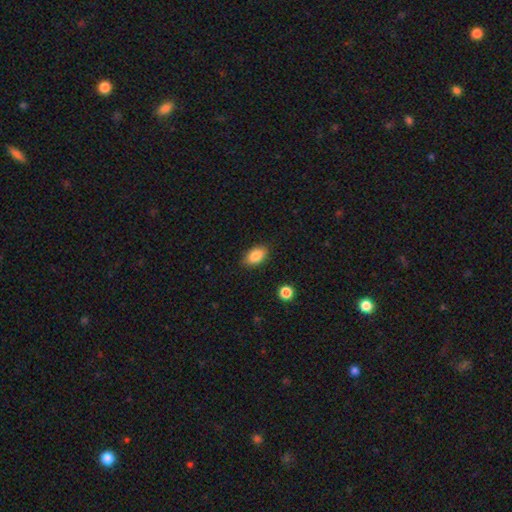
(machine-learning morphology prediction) A smooth galaxy with no disk features (86%) that is in between round and cigar-shaped (91%).

Vote fractions:
- Smooth or featured? smooth: 86% / star or artifact: 8% / featured or disk: 6%
- How rounded? in between: 91% / round: 6% / cigar-shaped: 3%
- Merging? none: 87% / minor disturbance: 10% / major disturbance: 2% / merger: 1%